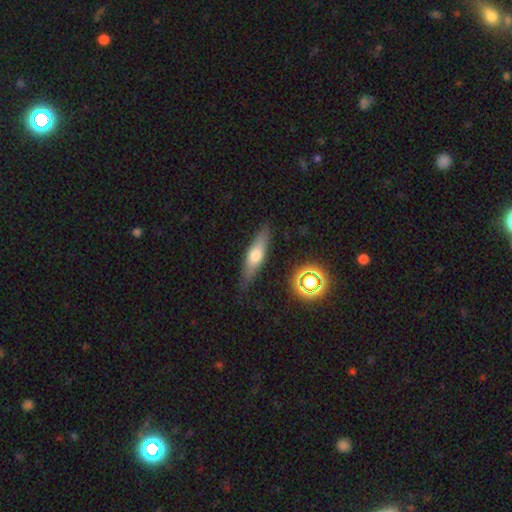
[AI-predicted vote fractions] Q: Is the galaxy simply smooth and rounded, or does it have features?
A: smooth — 51%.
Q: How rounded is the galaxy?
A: cigar-shaped — 64%.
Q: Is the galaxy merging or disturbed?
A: none — 81%.